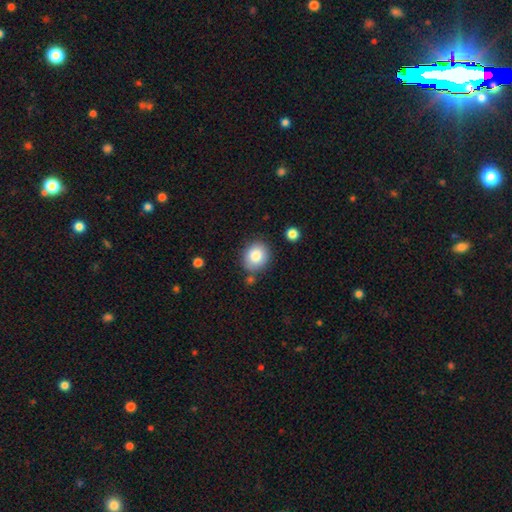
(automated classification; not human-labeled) A smooth galaxy with no disk features (83%) that is round (67%). Merging: none (78%).